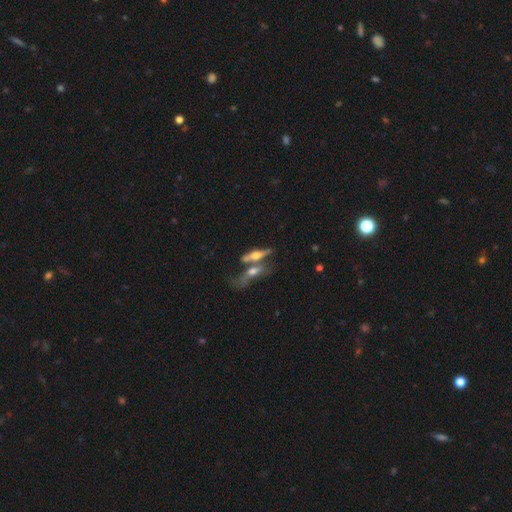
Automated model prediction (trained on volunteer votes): This appears to be a featured or disk galaxy (67%) viewed edge-on (86%) with a rounded central bulge (93%). Merging: merger (47%).